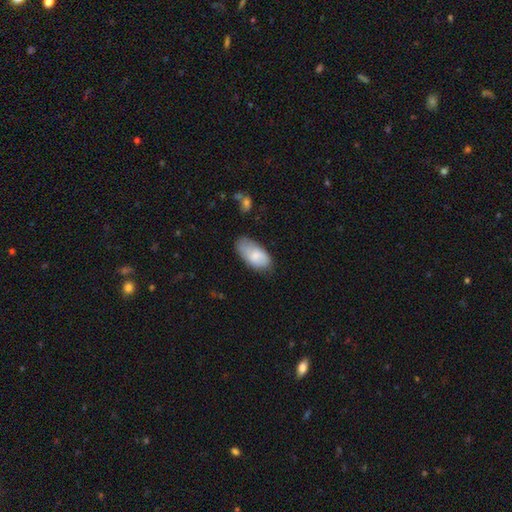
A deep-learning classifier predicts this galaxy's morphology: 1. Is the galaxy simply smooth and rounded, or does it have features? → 79% smooth, 14% featured or disk, 6% star or artifact.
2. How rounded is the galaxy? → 94% in between, 3% cigar-shaped, 3% round.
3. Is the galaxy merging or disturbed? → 56% none, 32% minor disturbance, 9% major disturbance, 3% merger.